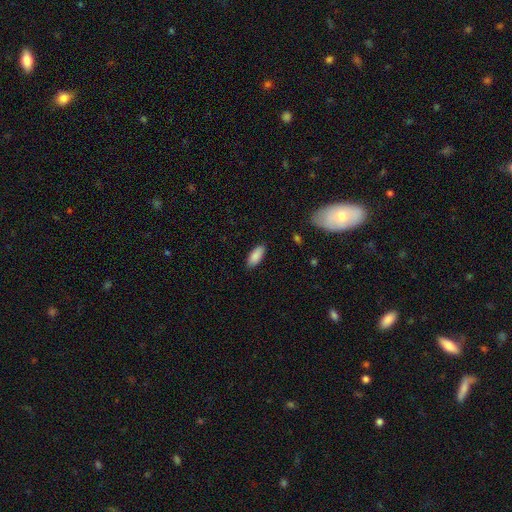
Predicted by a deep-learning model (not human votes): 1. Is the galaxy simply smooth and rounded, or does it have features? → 88% smooth, 6% star or artifact, 6% featured or disk.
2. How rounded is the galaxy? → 84% in between, 14% cigar-shaped, 2% round.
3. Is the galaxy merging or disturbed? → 87% none, 10% minor disturbance, 2% major disturbance, 1% merger.